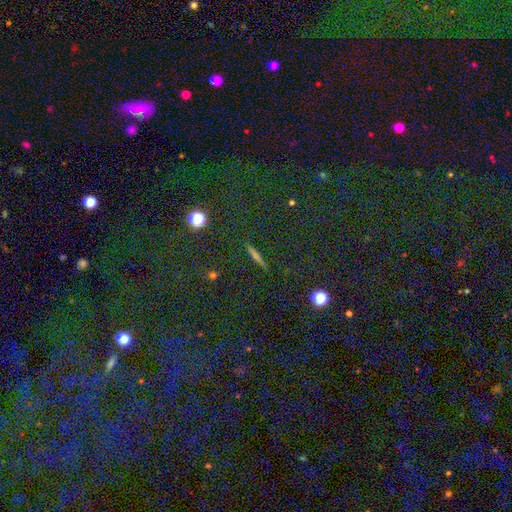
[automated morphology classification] Smooth or featured: smooth — 38% (featured or disk — 33%)
Merging: none — 91% (minor disturbance — 5%)